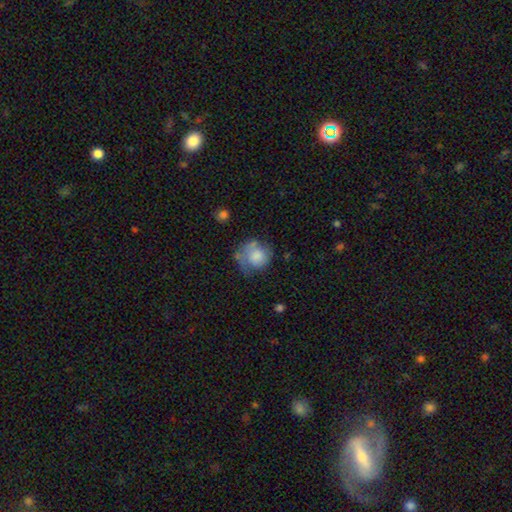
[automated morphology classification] smooth-or-featured: smooth: 68% | featured or disk: 25% | star or artifact: 8%
  how-rounded: round: 76% | in between: 23% | cigar-shaped: 1%
  merging: none: 40% | minor disturbance: 30% | major disturbance: 23% | merger: 7%